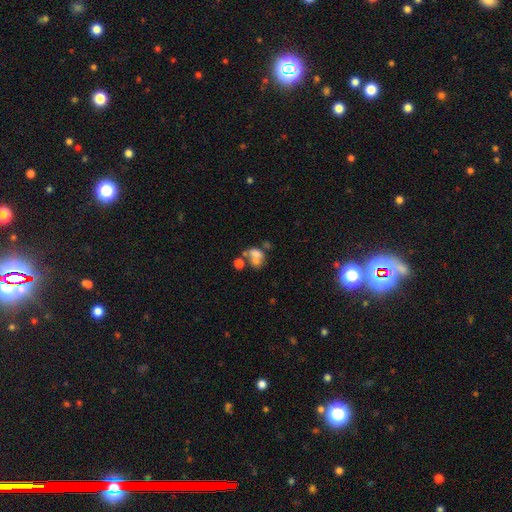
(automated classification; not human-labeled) A smooth galaxy with no disk features (55%) that is in between round and cigar-shaped (66%). Merging: merger (54%).